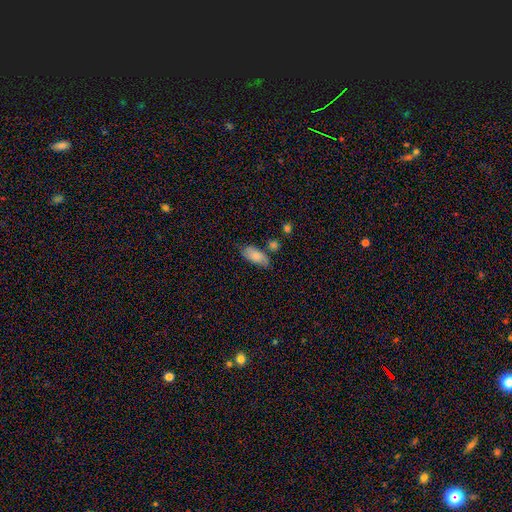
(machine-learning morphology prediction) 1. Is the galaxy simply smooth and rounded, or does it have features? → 79% smooth, 14% featured or disk, 7% star or artifact.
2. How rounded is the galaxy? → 88% in between, 9% cigar-shaped, 3% round.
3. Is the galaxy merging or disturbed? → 63% none, 24% minor disturbance, 8% merger, 5% major disturbance.